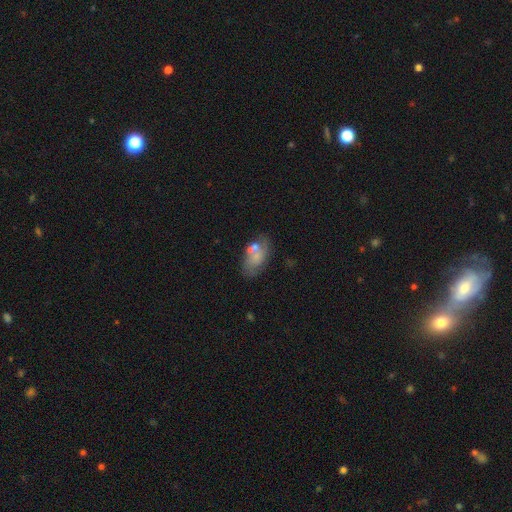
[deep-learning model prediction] smooth 52%, featured or disk 39%, star or artifact 9%. Down the decision tree: how rounded — in between (90%); merging — none (46%).